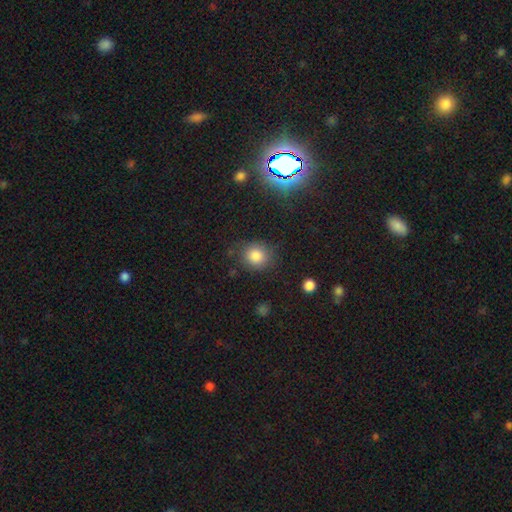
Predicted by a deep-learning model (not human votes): The model was most divided on "how rounded": round: 80%, in between: 19%, cigar-shaped: 1%. More confident: smooth or featured — smooth (83%); merging — none (80%).